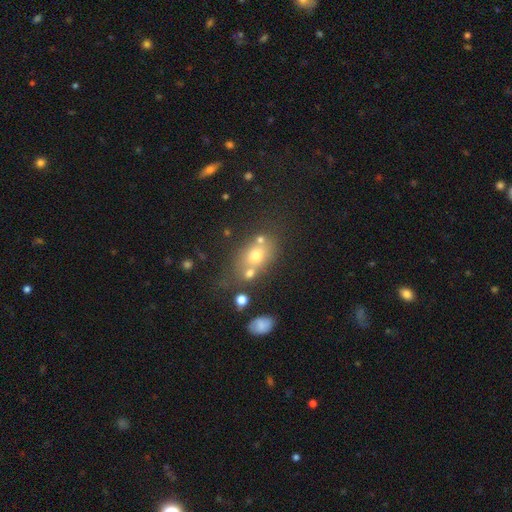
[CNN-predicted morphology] This is likely a smooth galaxy (63%). How rounded: possibly in between (57%). Merging: possibly none (52%).